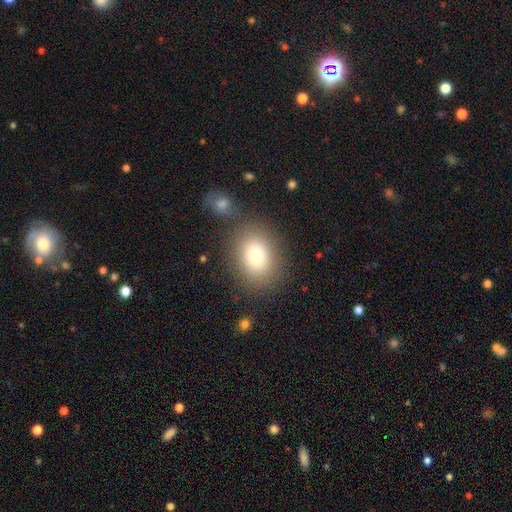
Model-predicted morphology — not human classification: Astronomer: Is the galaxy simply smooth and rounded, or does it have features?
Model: smooth — 78%.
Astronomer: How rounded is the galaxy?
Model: in between — 64%.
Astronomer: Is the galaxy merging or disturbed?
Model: none — 77%.